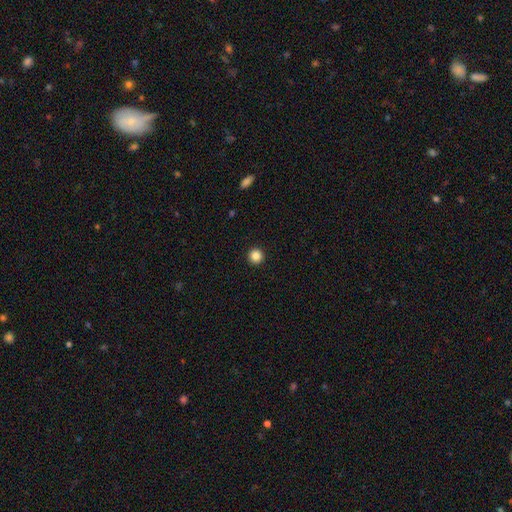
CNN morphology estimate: A smooth galaxy with no disk features (85%) that is round (96%). Merging: none (94%).